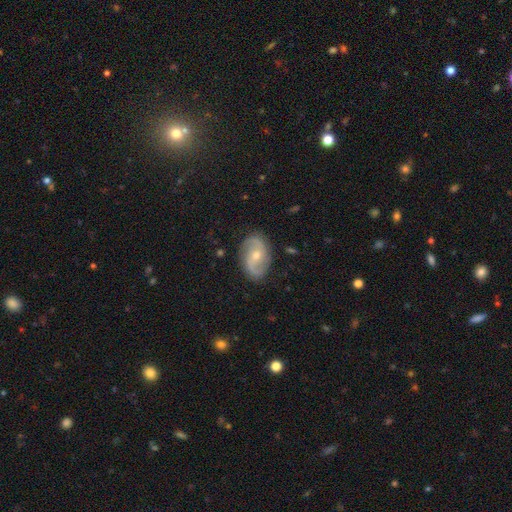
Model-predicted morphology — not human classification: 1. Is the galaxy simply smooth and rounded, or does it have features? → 83% featured or disk, 11% smooth, 6% star or artifact.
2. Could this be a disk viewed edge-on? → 97% no, 3% yes.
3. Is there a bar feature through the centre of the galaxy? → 51% no, 38% weak, 11% strong.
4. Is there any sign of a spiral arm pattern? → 94% yes, 6% no.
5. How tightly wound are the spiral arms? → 46% medium, 34% loose, 20% tight.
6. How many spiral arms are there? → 92% 2, 4% can't tell, 1% 1, 1% 3, 1% 4, 1% more than 4.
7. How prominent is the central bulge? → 51% moderate, 46% small, 1% large, 1% none, 1% dominant.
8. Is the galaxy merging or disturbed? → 85% none, 11% minor disturbance, 3% major disturbance, 1% merger.